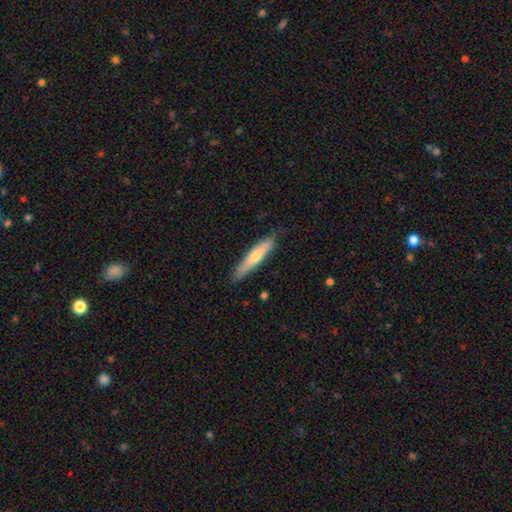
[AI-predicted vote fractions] Morphology: type=smooth (63%); roundness=cigar-shaped (85%); merging=none (81%).